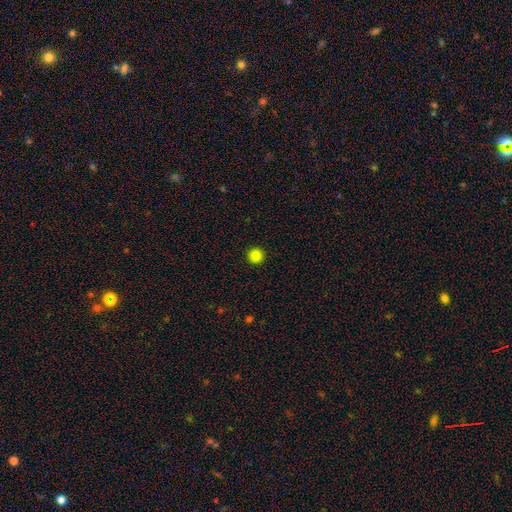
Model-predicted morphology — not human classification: smooth 86%, star or artifact 12%, featured or disk 2%. Down the decision tree: how rounded — round (96%); merging — none (93%).